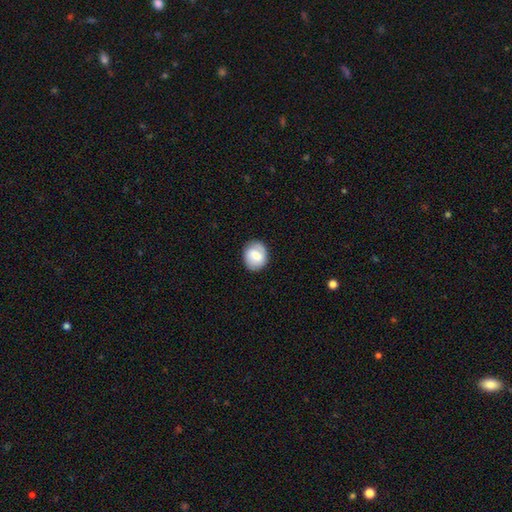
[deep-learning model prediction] smooth 69%, featured or disk 23%, star or artifact 7%. Down the decision tree: how rounded — round (69%); merging — none (84%).